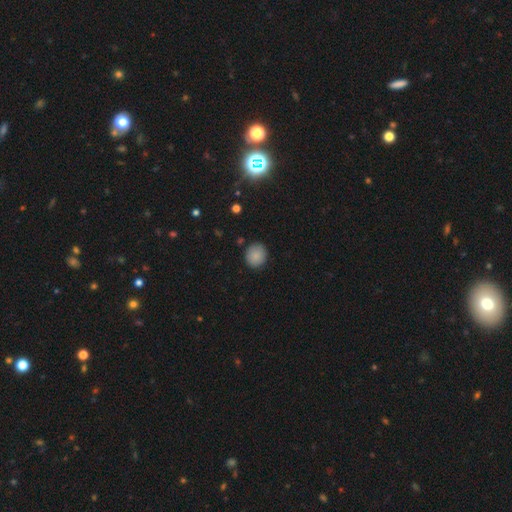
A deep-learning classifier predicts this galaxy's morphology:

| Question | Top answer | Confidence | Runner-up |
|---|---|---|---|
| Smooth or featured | smooth | 86% | star or artifact (9%) |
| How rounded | round | 83% | in between (16%) |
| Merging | none | 87% | minor disturbance (10%) |